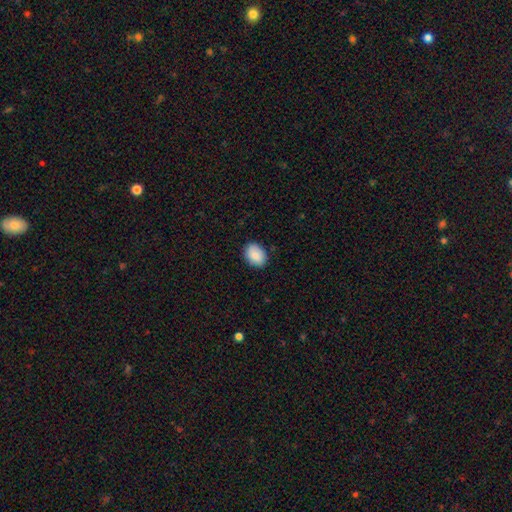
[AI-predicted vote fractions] Morphology: type=smooth (86%); roundness=in between (74%); merging=none (86%).